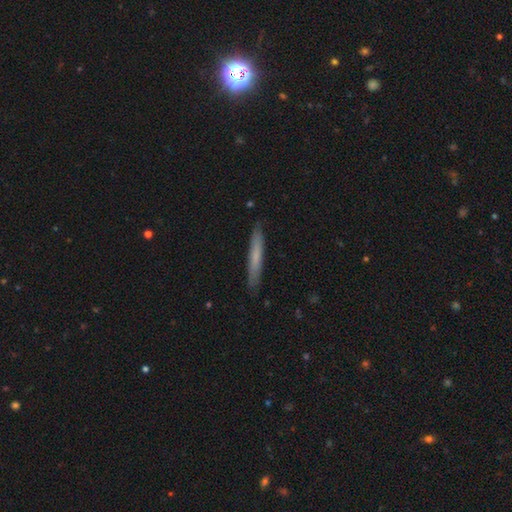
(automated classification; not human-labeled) Smooth or featured: smooth — 65% (featured or disk — 30%)
How rounded: cigar-shaped — 96% (in between — 3%)
Merging: none — 88% (minor disturbance — 9%)